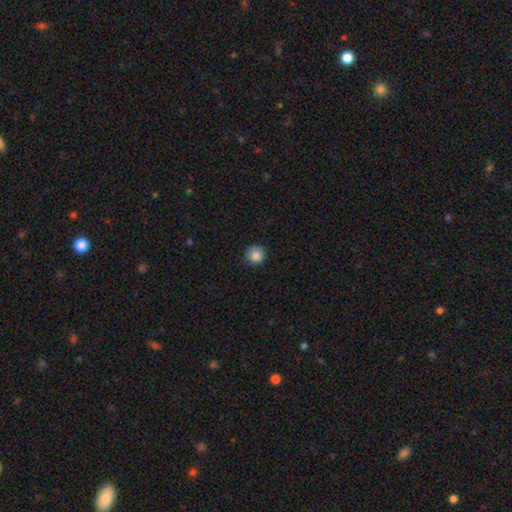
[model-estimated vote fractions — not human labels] Overall: smooth (85%). How rounded: round (91%). Merging: none (81%).